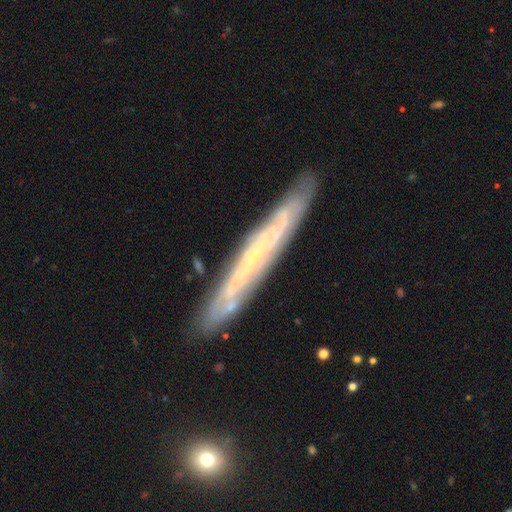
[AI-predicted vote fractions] Smooth or featured: featured or disk — 69% (smooth — 25%)
Edge-on disk: yes — 78% (no — 22%)
Edge-on bulge: none — 83% (rounded — 13%)
Merging: none — 84% (minor disturbance — 12%)